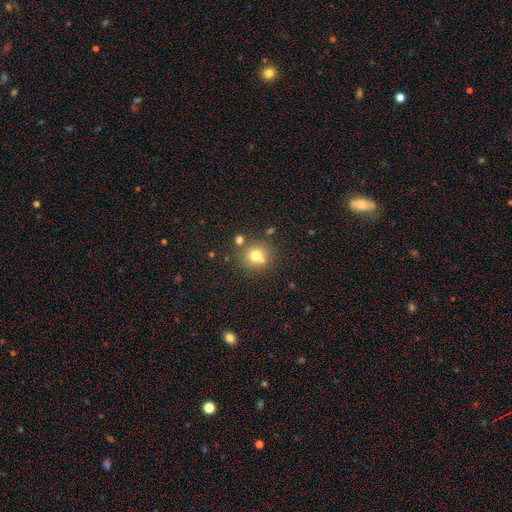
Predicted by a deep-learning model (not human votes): Overall: smooth (71%). How rounded: round (87%). Merging: none (66%).